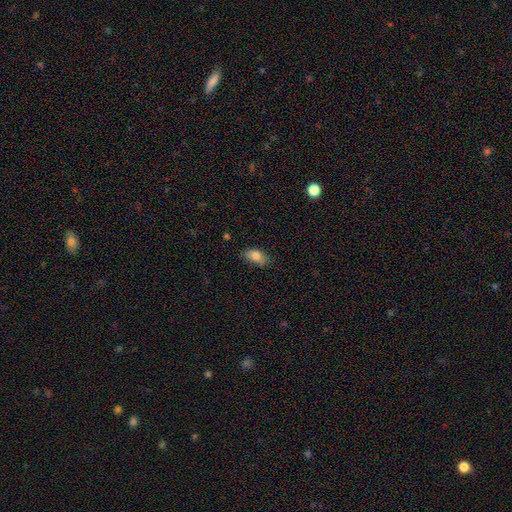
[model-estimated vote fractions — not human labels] This is clearly a smooth galaxy (81%). How rounded: clearly in between (89%). Merging: likely none (76%).